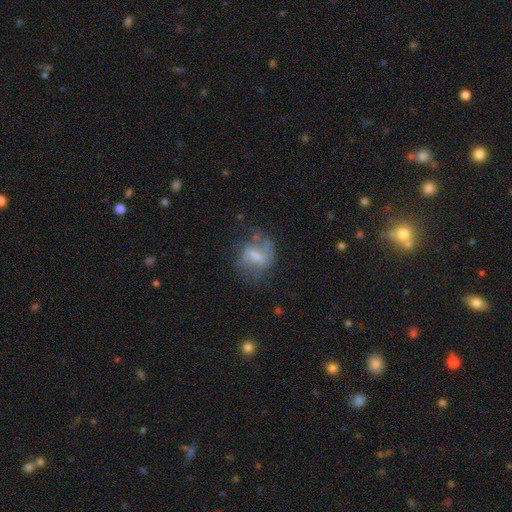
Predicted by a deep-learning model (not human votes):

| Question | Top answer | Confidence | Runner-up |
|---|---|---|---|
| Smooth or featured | featured or disk | 62% | smooth (29%) |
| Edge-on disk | no | 96% | yes (4%) |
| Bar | weak | 51% | strong (30%) |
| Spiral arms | yes | 74% | no (26%) |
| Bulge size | moderate | 36% | small (35%) |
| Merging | none | 51% | minor disturbance (23%) |